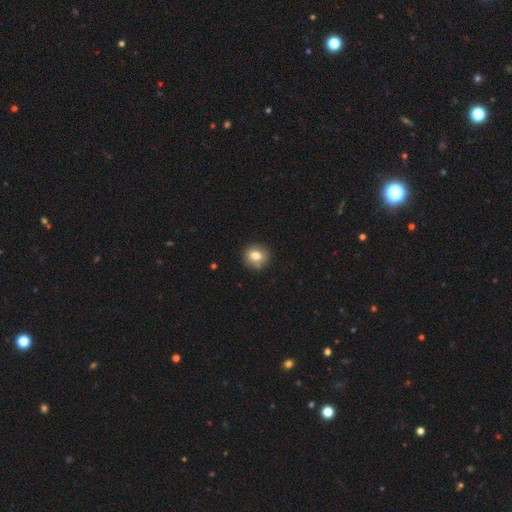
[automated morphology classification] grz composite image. It shows a smooth galaxy with no disk features (79%) that is round (84%). Merging: none (85%).